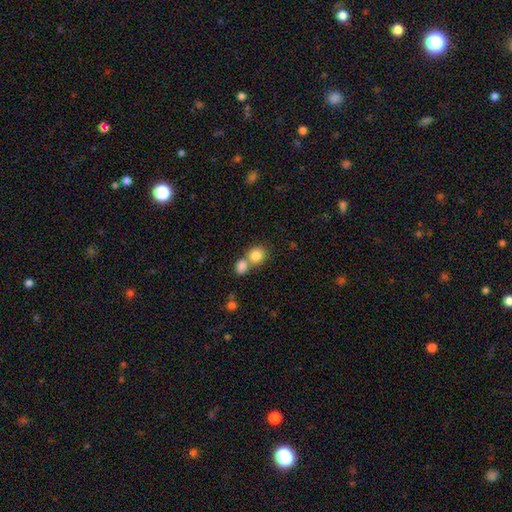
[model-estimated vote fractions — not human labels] The model was most divided on "merging": merger: 46%, none: 44%, minor disturbance: 7%, major disturbance: 3%. More confident: smooth or featured — smooth (83%); how rounded — round (78%).